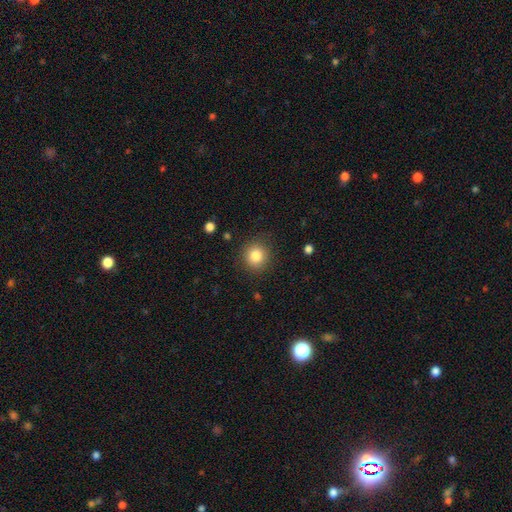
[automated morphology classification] Smooth or featured? smooth (84%)
How rounded? round (91%)
Merging? none (88%)